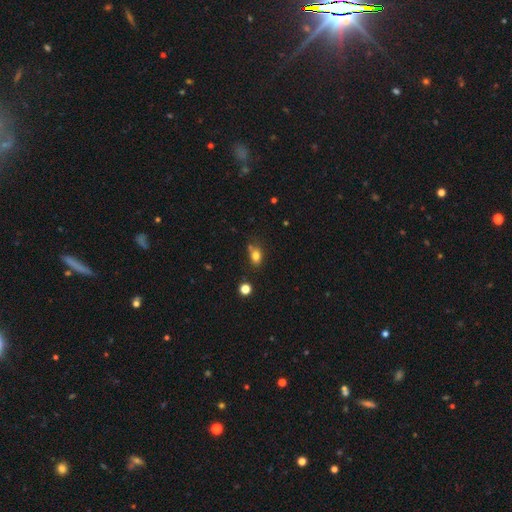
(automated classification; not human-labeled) The model was most divided on "how rounded": in between: 69%, round: 29%, cigar-shaped: 2%. More confident: smooth or featured — smooth (79%); merging — none (64%).